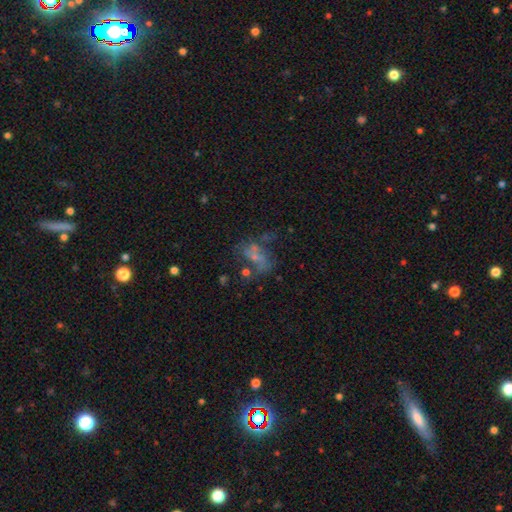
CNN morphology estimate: featured or disk 46%, smooth 33%, star or artifact 20%. Down the decision tree: merging — none (34%).